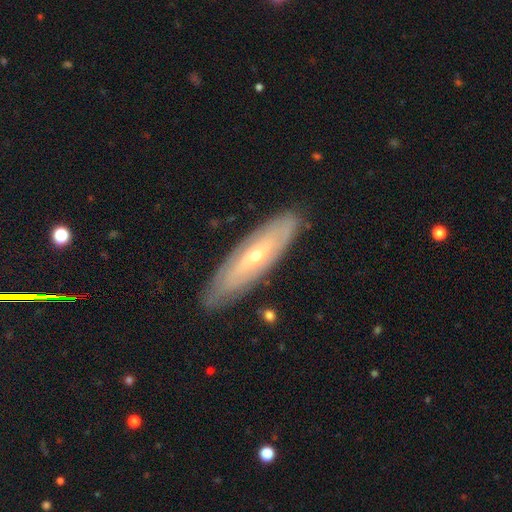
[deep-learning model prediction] Smooth or featured? featured or disk (69%)
Edge-on disk? no (63%)
Merging? none (86%)